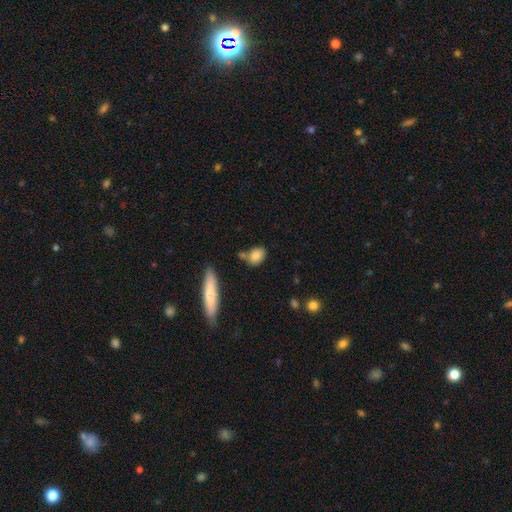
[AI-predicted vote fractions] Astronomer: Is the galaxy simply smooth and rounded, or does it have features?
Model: smooth — 81%.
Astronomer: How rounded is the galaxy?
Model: in between — 66%.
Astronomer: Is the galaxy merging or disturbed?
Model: none — 59%.